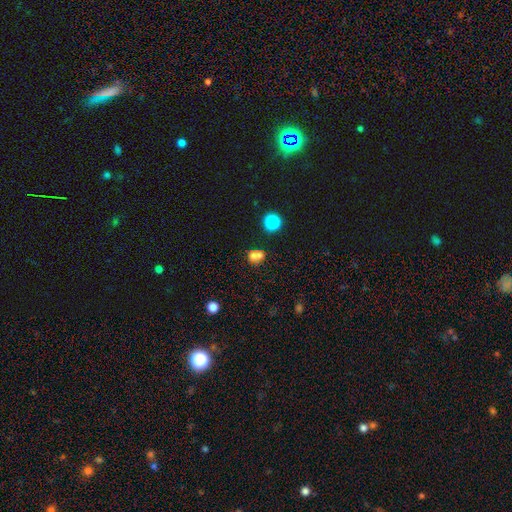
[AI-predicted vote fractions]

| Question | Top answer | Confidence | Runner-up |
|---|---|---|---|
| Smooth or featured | smooth | 68% | star or artifact (20%) |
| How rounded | round | 60% | in between (39%) |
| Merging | none | 49% | merger (32%) |